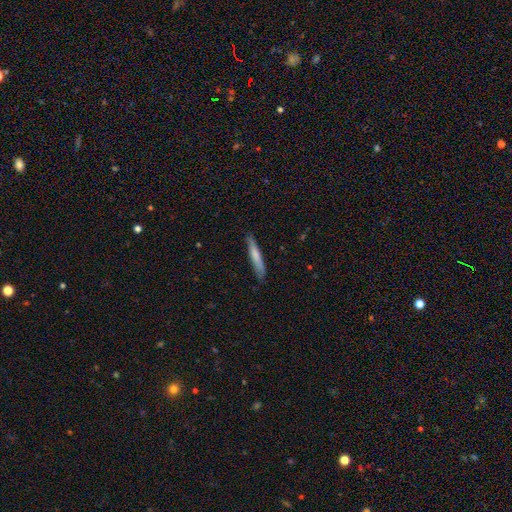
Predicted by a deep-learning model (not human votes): smooth 70%, featured or disk 25%, star or artifact 5%. Down the decision tree: how rounded — cigar-shaped (94%); merging — none (84%).